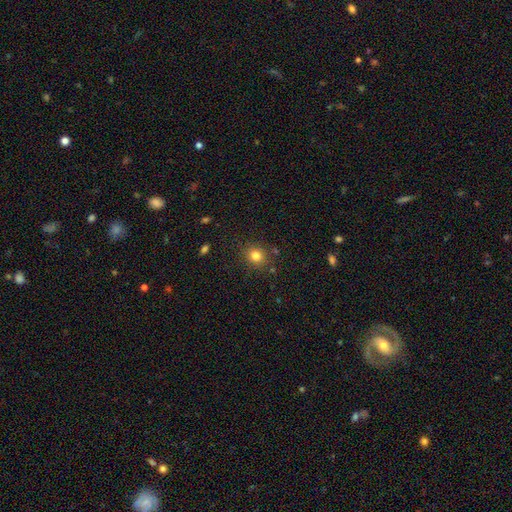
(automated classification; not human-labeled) Smooth or featured? smooth (81%)
How rounded? round (81%)
Merging? none (85%)